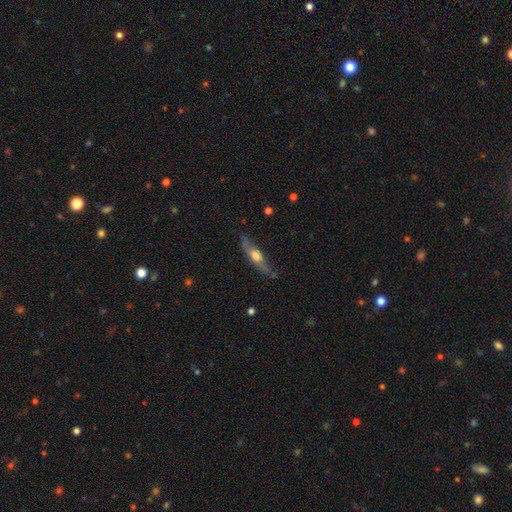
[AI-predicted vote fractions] Overall: featured or disk (55%; smooth 39%). Edge-on disk: yes (78%). Merging: none (73%).